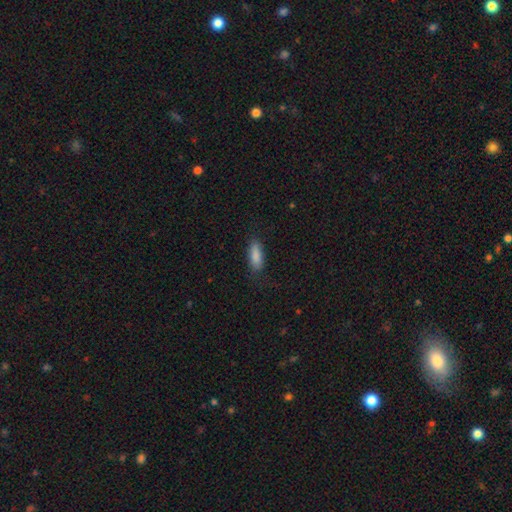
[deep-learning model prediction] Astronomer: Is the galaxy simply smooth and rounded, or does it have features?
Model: smooth — 87%.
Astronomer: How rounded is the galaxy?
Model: in between — 74%.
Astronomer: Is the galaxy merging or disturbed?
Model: none — 79%.